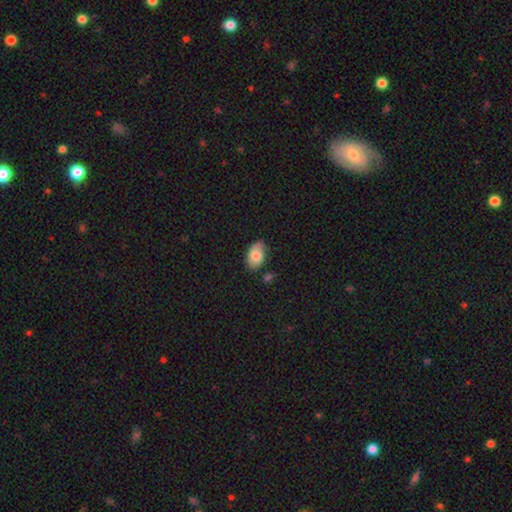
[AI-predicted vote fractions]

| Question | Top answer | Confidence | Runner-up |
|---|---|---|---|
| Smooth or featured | smooth | 70% | featured or disk (23%) |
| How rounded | in between | 90% | round (9%) |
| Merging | none | 69% | minor disturbance (23%) |